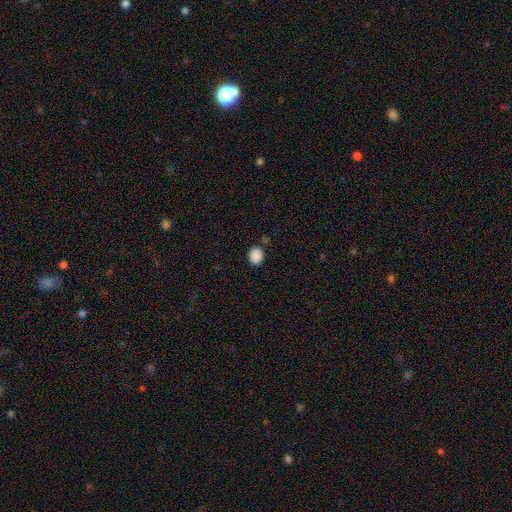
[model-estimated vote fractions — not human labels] The model was most divided on "how rounded": round: 55%, in between: 44%, cigar-shaped: 1%. More confident: smooth or featured — smooth (88%); merging — none (85%).